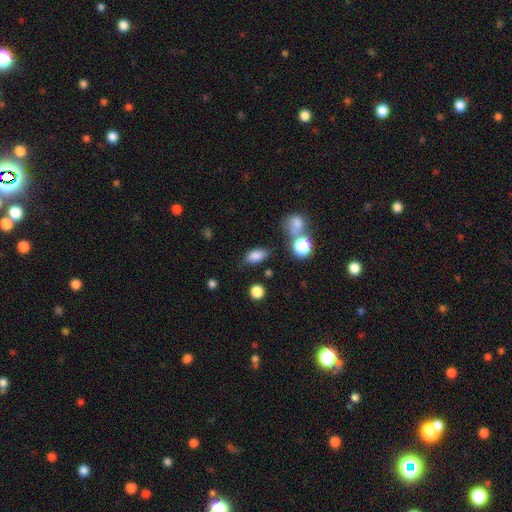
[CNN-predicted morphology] Q: Smooth or featured?
A: smooth (81%); runner-up: star or artifact (11%)
Q: How rounded?
A: in between (85%); runner-up: round (9%)
Q: Merging?
A: none (71%); runner-up: minor disturbance (17%)